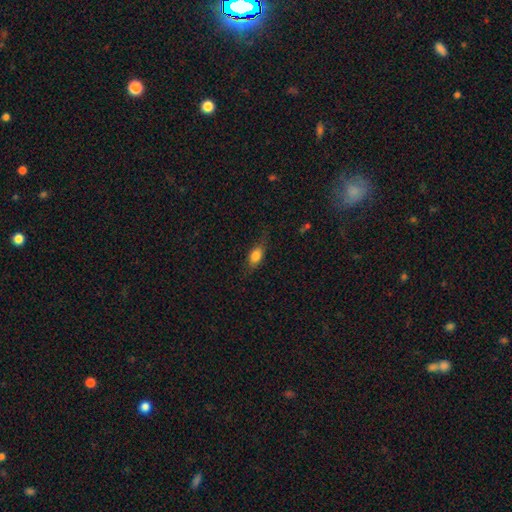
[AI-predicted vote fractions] A smooth galaxy with no disk features (76%) that is in between round and cigar-shaped (78%). Merging: none (66%).